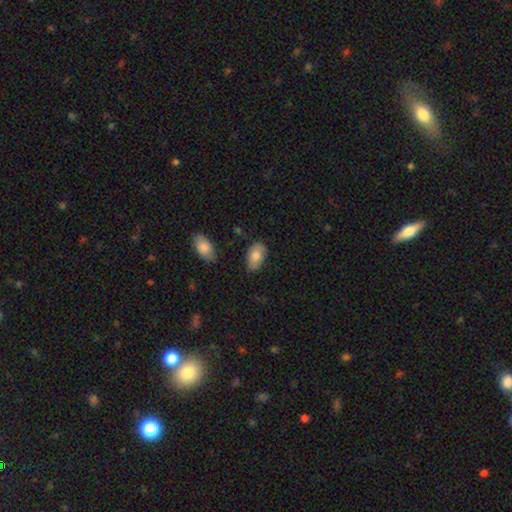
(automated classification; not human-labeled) A smooth galaxy with no disk features (77%) that is in between round and cigar-shaped (93%). Merging: none (79%).